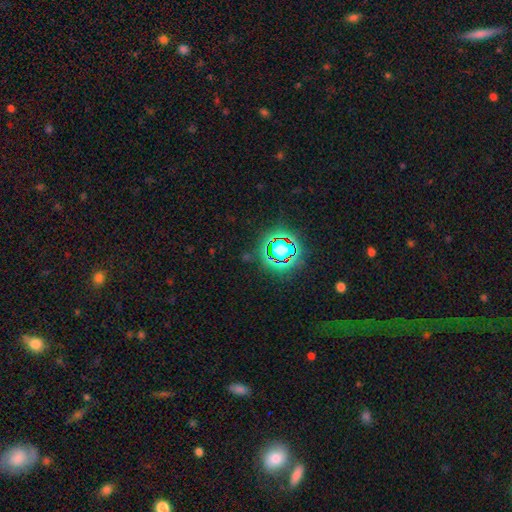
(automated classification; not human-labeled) Q: Smooth or featured?
A: star or artifact (77%); runner-up: smooth (14%)